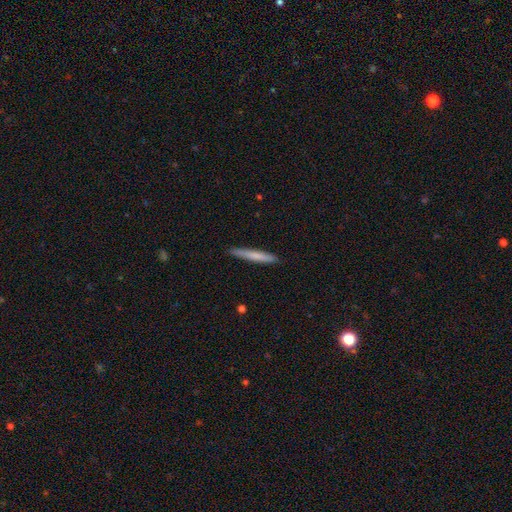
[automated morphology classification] Overall: smooth (68%). How rounded: cigar-shaped (96%). Merging: none (89%).